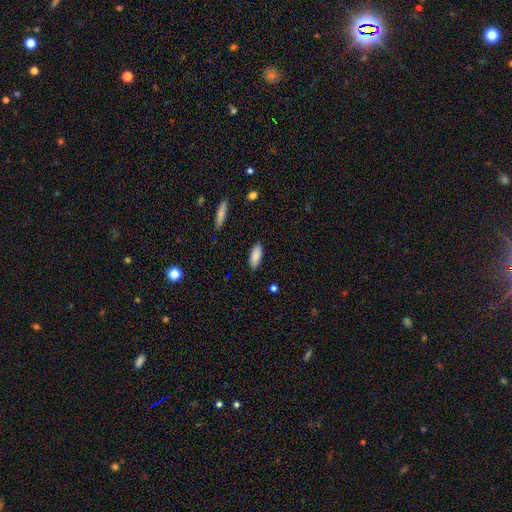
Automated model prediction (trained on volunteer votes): Smooth or featured? smooth (88%)
How rounded? in between (79%)
Merging? none (88%)